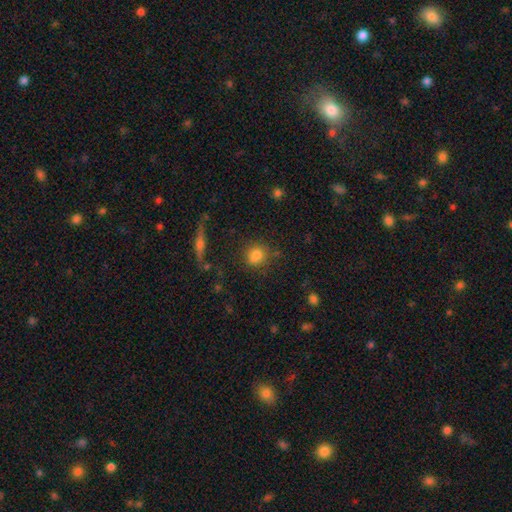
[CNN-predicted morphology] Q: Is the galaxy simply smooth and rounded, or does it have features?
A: smooth — 78%.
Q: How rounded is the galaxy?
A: round — 75%.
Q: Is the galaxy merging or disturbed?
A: none — 71%.